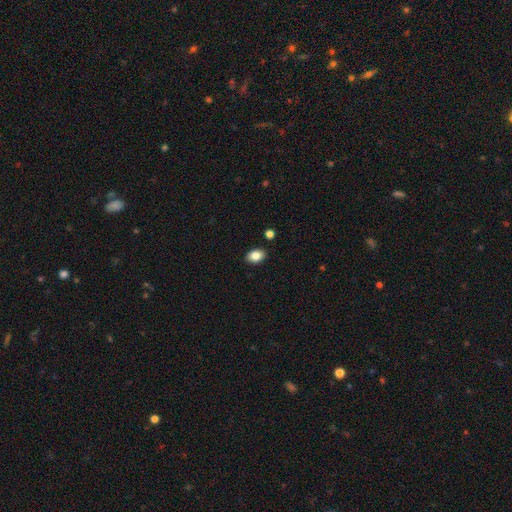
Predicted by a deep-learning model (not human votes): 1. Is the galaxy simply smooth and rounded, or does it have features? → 84% smooth, 8% star or artifact, 7% featured or disk.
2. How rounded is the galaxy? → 81% in between, 18% round, 1% cigar-shaped.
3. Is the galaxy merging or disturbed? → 88% none, 8% minor disturbance, 2% merger, 2% major disturbance.